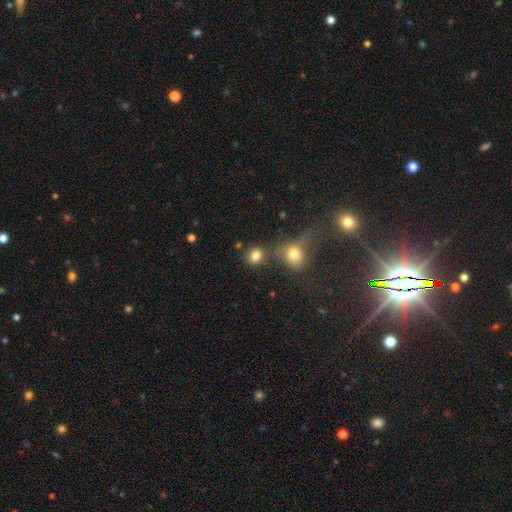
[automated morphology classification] smooth_or_featured: smooth (p=0.81) [alt: star or artifact p=0.12]
how_rounded: round (p=0.70) [alt: in between p=0.29]
merging: none (p=0.64) [alt: merger p=0.21]